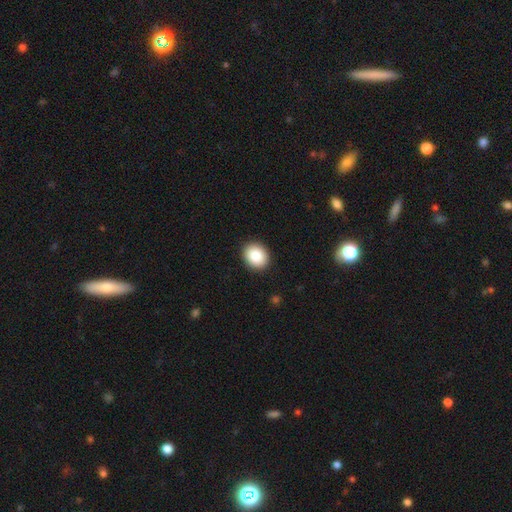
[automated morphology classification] A smooth galaxy with no disk features (87%) that is round (56%). Merging: none (91%).